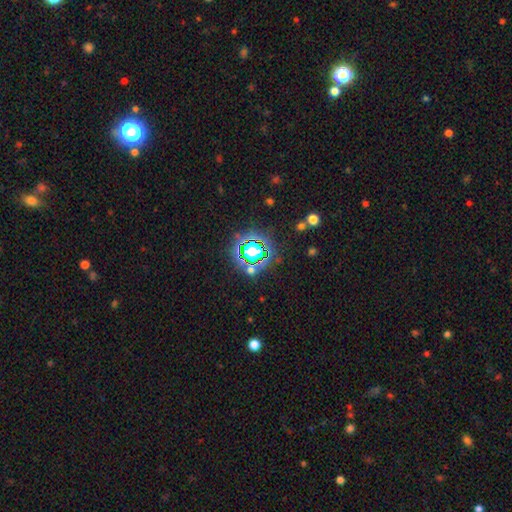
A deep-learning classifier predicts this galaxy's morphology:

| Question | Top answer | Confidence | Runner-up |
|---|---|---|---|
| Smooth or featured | star or artifact | 64% | smooth (25%) |